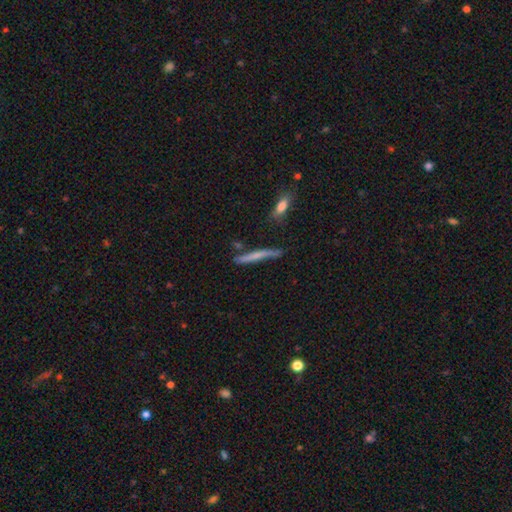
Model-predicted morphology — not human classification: A smooth galaxy with no disk features (55%) that is cigar-shaped (94%).

Vote fractions:
- Smooth or featured? smooth: 55% / featured or disk: 37% / star or artifact: 8%
- How rounded? cigar-shaped: 94% / in between: 4% / round: 2%
- Merging? none: 68% / minor disturbance: 21% / merger: 6% / major disturbance: 5%